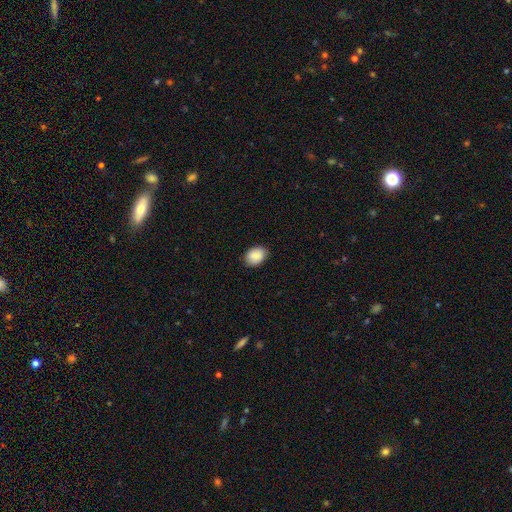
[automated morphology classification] smooth-or-featured: smooth: 89% | star or artifact: 7% | featured or disk: 4%
  how-rounded: in between: 73% | round: 26% | cigar-shaped: 1%
  merging: none: 85% | minor disturbance: 12% | major disturbance: 2% | merger: 1%